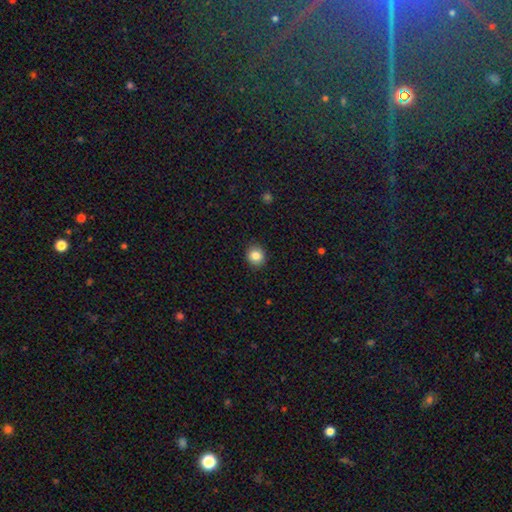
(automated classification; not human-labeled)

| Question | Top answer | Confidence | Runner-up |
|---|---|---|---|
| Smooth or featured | smooth | 84% | star or artifact (10%) |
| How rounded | round | 86% | in between (14%) |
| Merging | none | 91% | minor disturbance (6%) |